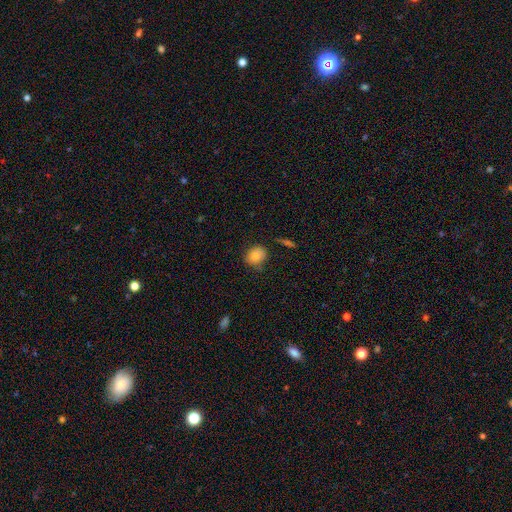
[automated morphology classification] smooth_or_featured: smooth (p=0.84) [alt: star or artifact p=0.09]
how_rounded: round (p=0.61) [alt: in between p=0.38]
merging: none (p=0.75) [alt: minor disturbance p=0.19]